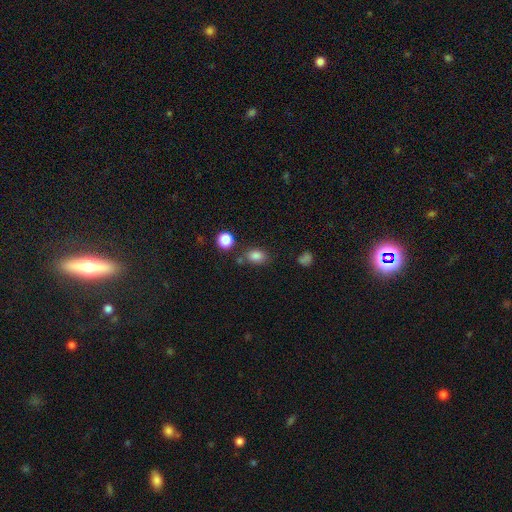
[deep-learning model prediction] Smooth or featured? smooth (83%)
How rounded? in between (71%)
Merging? none (71%)